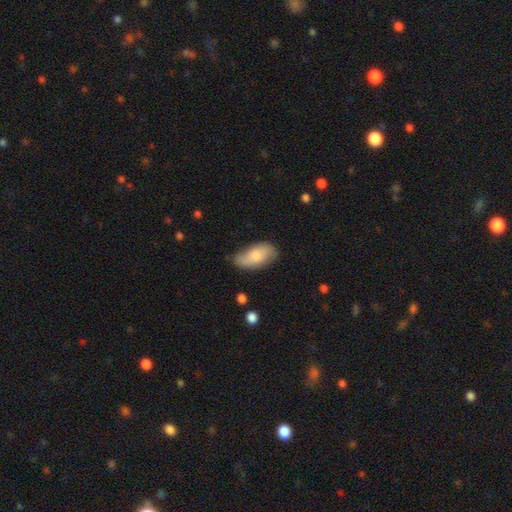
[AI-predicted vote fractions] A smooth galaxy with no disk features (70%) that is in between round and cigar-shaped (92%).

Vote fractions:
- Smooth or featured? smooth: 70% / featured or disk: 24% / star or artifact: 6%
- How rounded? in between: 92% / cigar-shaped: 5% / round: 3%
- Merging? none: 68% / minor disturbance: 25% / major disturbance: 5% / merger: 2%